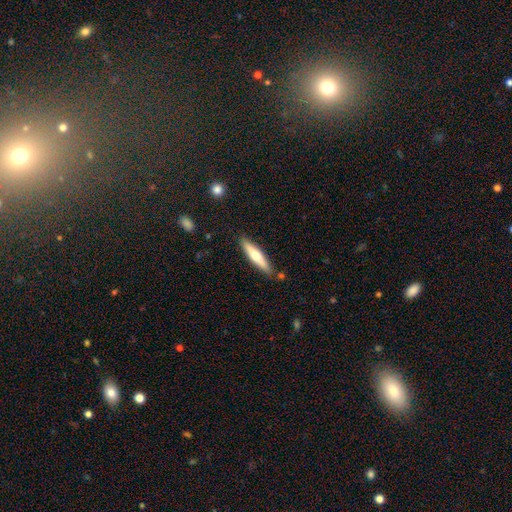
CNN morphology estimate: Q: Smooth or featured?
A: smooth (54%); runner-up: featured or disk (41%)
Q: How rounded?
A: cigar-shaped (81%); runner-up: in between (18%)
Q: Merging?
A: none (84%); runner-up: minor disturbance (11%)